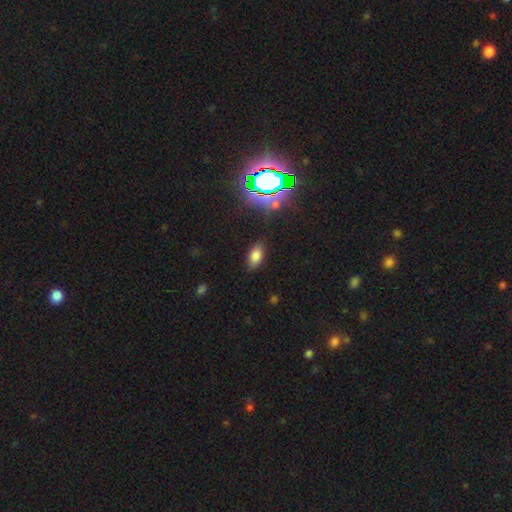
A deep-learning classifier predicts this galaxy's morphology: This is likely a smooth galaxy (74%). How rounded: clearly in between (91%). Merging: clearly none (84%).